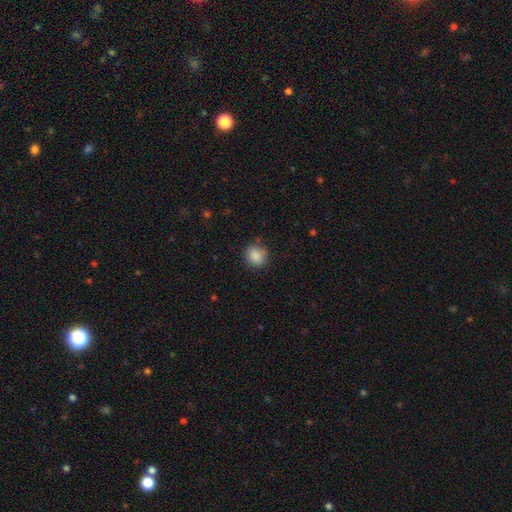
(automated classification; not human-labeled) A smooth galaxy with no disk features (88%) that is round (81%).

Vote fractions:
- Smooth or featured? smooth: 88% / star or artifact: 9% / featured or disk: 4%
- How rounded? round: 81% / in between: 18% / cigar-shaped: 1%
- Merging? none: 82% / minor disturbance: 13% / major disturbance: 3% / merger: 2%